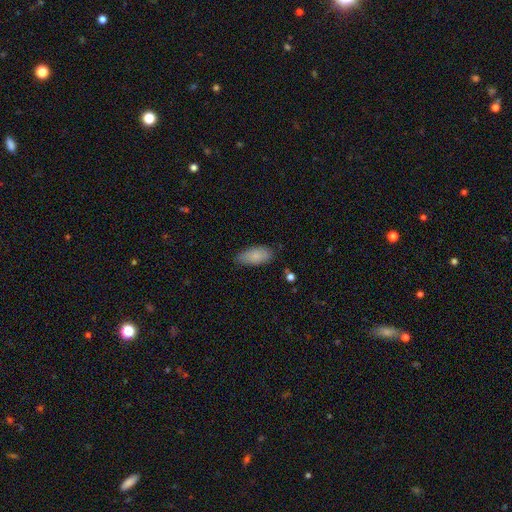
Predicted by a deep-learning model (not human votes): Morphology: type=smooth (84%); roundness=in between (89%); merging=none (78%).